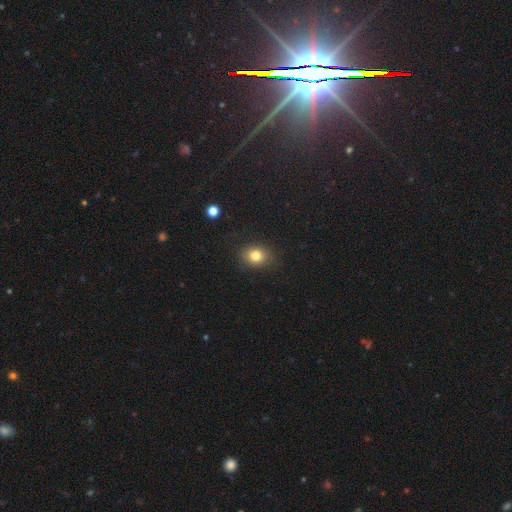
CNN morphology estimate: smooth 80%, star or artifact 12%, featured or disk 8%. Down the decision tree: how rounded — round (51%); merging — none (85%).